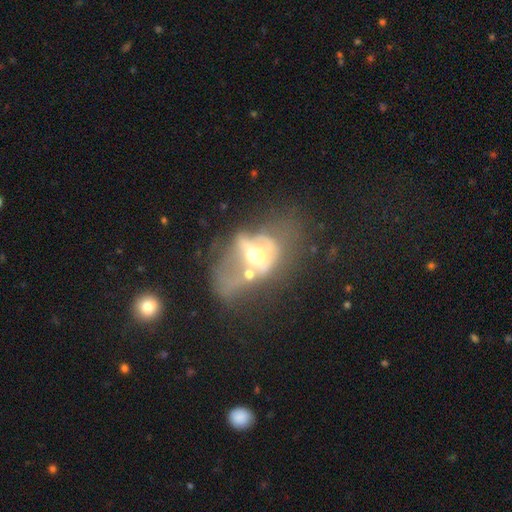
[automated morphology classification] The model was most divided on "merging": merger: 44%, major disturbance: 34%, none: 13%, minor disturbance: 9%. More confident: edge-on disk — no (95%); spiral arms — no (80%); bar — no (76%); bulge size — moderate (62%); smooth or featured — featured or disk (61%).